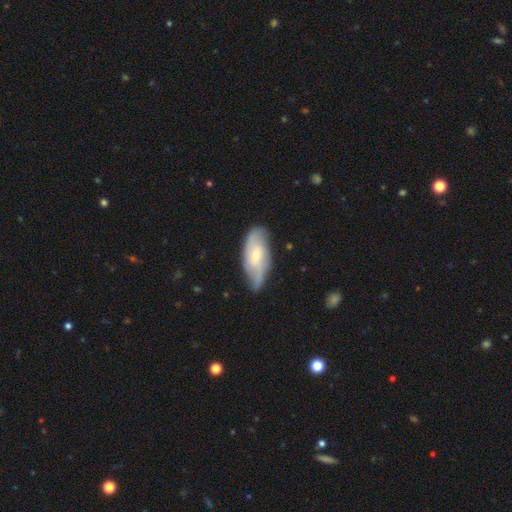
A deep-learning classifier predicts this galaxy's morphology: featured or disk 58%, smooth 36%, star or artifact 6%. Down the decision tree: edge-on disk — no (88%); bar — no (52%); spiral arms — yes (83%); bulge size — small (59%); merging — none (66%).